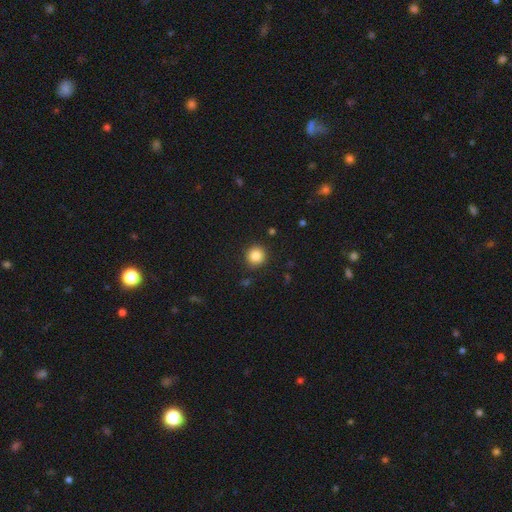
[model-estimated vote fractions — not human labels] Smooth or featured? Predicted: smooth (p=0.85). How rounded? Predicted: round (p=0.92). Merging? Predicted: none (p=0.90).